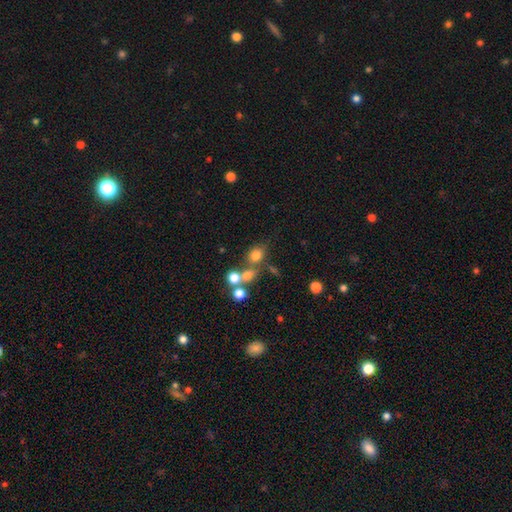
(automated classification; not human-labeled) Morphology: type=smooth (72%); roundness=round (60%); merging=none (56%).